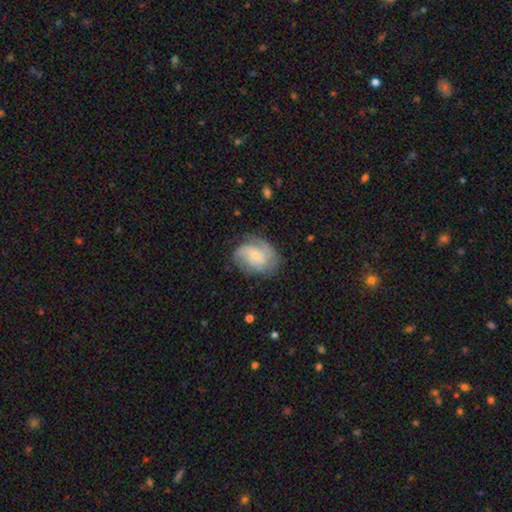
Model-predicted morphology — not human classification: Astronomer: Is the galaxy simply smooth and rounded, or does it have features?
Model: featured or disk — 69%.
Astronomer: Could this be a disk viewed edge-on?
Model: no — 97%.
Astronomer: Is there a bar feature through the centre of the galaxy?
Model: no — 66%.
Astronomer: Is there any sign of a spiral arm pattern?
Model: yes — 90%.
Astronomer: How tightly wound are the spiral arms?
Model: medium — 42% (runner-up: tight, 39%).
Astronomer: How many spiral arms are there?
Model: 2 — 41% (runner-up: can't tell, 26%).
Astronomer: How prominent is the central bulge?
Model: small — 71%.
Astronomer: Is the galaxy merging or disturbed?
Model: none — 63%.